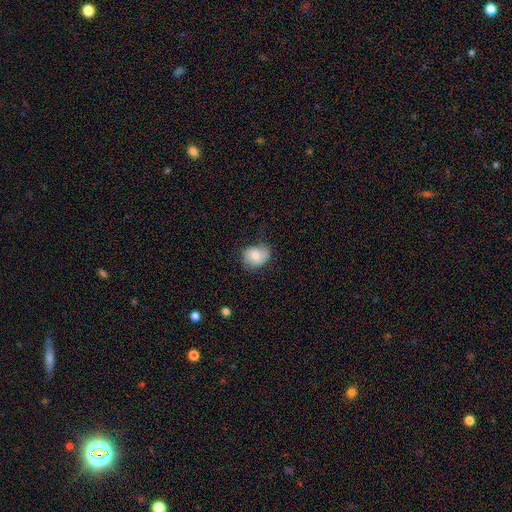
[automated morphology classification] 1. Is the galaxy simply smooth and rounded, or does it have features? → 71% smooth, 22% featured or disk, 8% star or artifact.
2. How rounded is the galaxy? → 52% round, 47% in between, 1% cigar-shaped.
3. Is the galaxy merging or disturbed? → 58% none, 30% minor disturbance, 10% major disturbance, 2% merger.